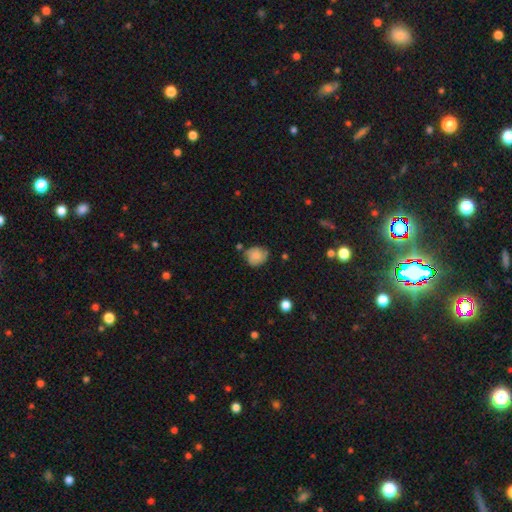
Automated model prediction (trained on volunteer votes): smooth 71%, featured or disk 20%, star or artifact 9%. Down the decision tree: how rounded — round (77%); merging — none (63%).